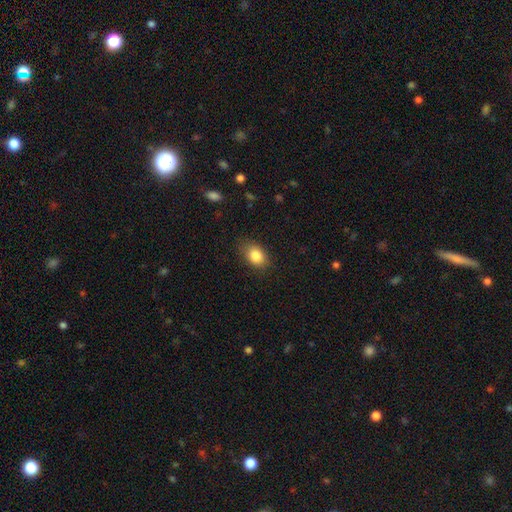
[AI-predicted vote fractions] This appears to be a smooth galaxy with no disk features (86%) that is in between round and cigar-shaped (75%). Merging: none (79%).